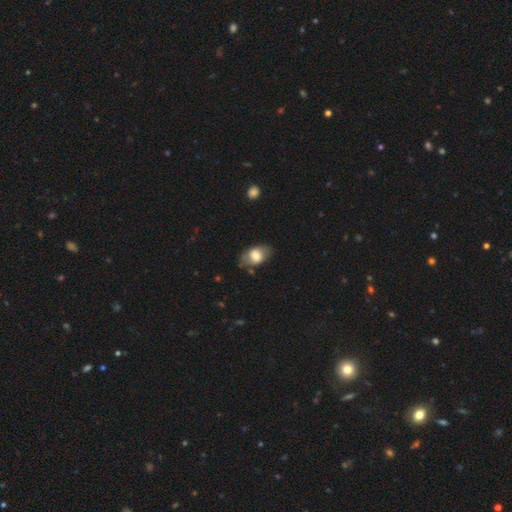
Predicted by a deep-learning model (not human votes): Smooth or featured? smooth (67%)
How rounded? in between (88%)
Merging? none (71%)